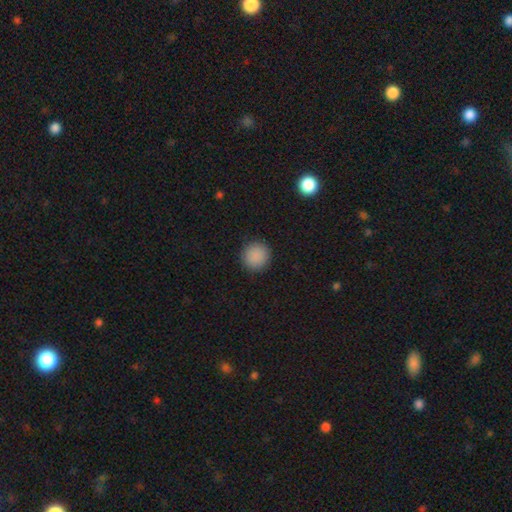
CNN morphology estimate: This appears to be a smooth galaxy with no disk features (89%) that is round (94%). Merging: none (92%).